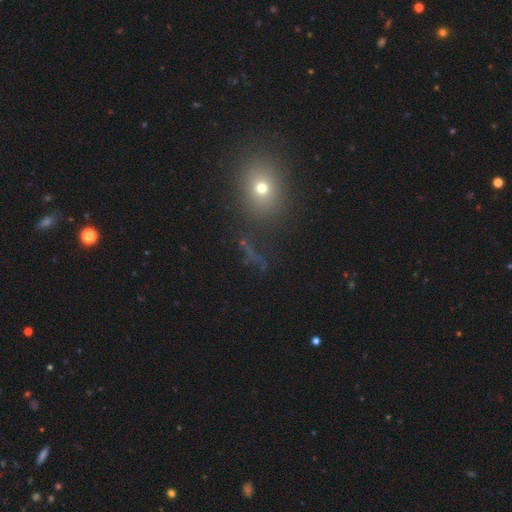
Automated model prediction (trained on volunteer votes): A smooth galaxy with no disk features (52%) that is round (51%).

Vote fractions:
- Smooth or featured? smooth: 52% / star or artifact: 33% / featured or disk: 15%
- How rounded? round: 51% / in between: 46% / cigar-shaped: 2%
- Merging? none: 71% / minor disturbance: 12% / merger: 9% / major disturbance: 8%